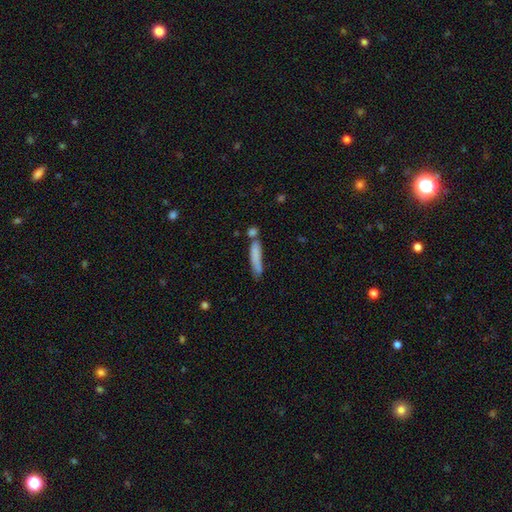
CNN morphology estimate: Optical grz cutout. It shows a smooth galaxy with no disk features (77%) that is cigar-shaped (86%). Merging: none (52%).